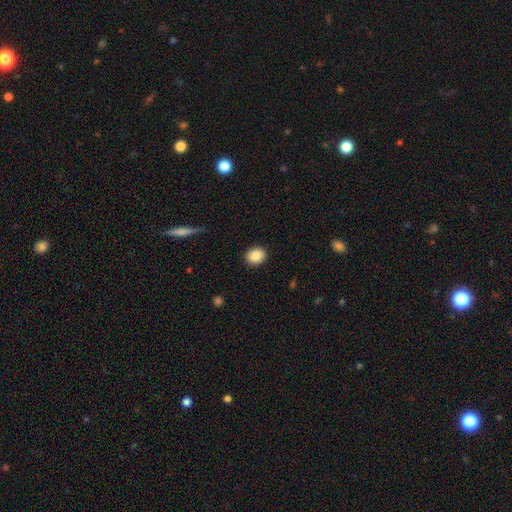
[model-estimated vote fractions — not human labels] Smooth or featured? Predicted: smooth (p=0.88). How rounded? Predicted: round (p=0.56). Merging? Predicted: none (p=0.90).